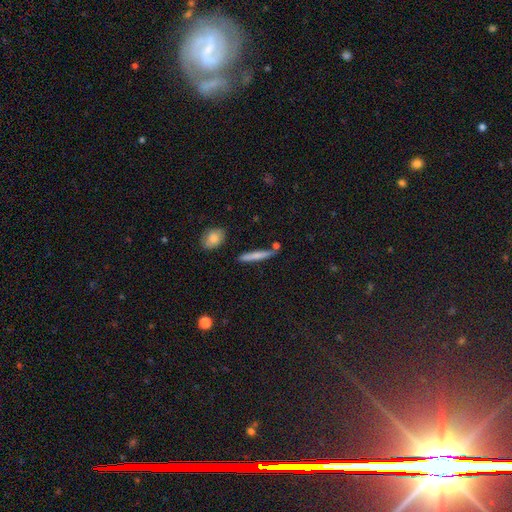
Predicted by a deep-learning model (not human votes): Smooth or featured?
  - smooth: 67% *
  - featured or disk: 26%
  - star or artifact: 7%
How rounded?
  - cigar-shaped: 92% *
  - in between: 6%
  - round: 2%
Merging?
  - none: 78% *
  - minor disturbance: 12%
  - merger: 8%
  - major disturbance: 3%